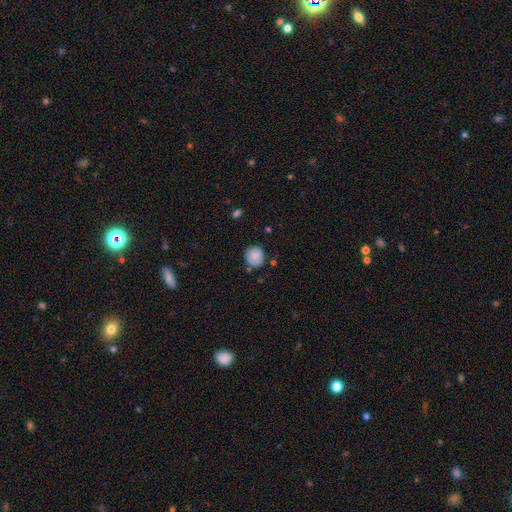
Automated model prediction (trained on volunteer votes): A smooth galaxy with no disk features (79%) that is round (87%).

Vote fractions:
- Smooth or featured? smooth: 79% / featured or disk: 13% / star or artifact: 8%
- How rounded? round: 87% / in between: 12% / cigar-shaped: 1%
- Merging? none: 74% / minor disturbance: 18% / merger: 4% / major disturbance: 4%